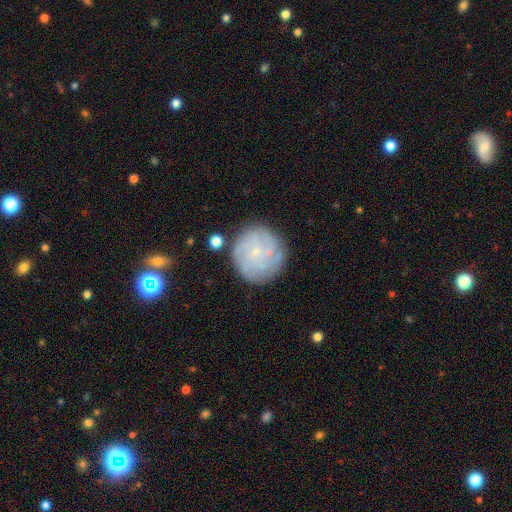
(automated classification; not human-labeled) smooth_or_featured: featured or disk (p=0.53) [alt: smooth p=0.36]
disk_edge_on: no (p=0.97) [alt: yes p=0.03]
bar: no (p=0.83) [alt: weak p=0.15]
has_spiral_arms: yes (p=0.79) [alt: no p=0.21]
bulge_size: small (p=0.85) [alt: moderate p=0.08]
merging: none (p=0.81) [alt: minor disturbance p=0.12]